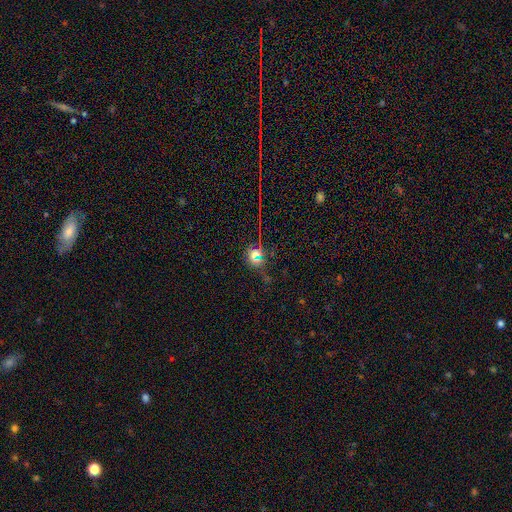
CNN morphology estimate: Overall: star or artifact (44%, tied with smooth).